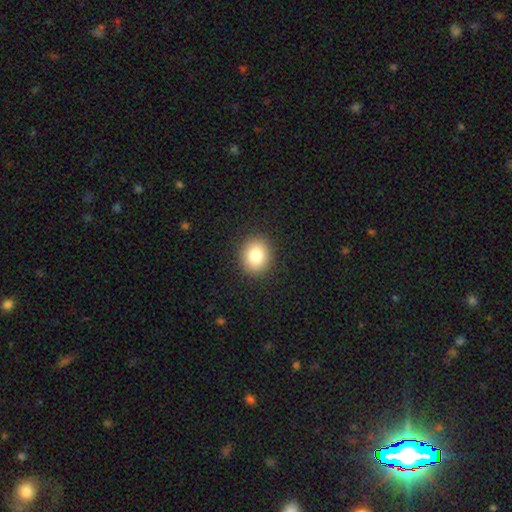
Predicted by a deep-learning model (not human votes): Smooth or featured: smooth — 84% (star or artifact — 9%)
How rounded: round — 71% (in between — 28%)
Merging: none — 90% (minor disturbance — 6%)